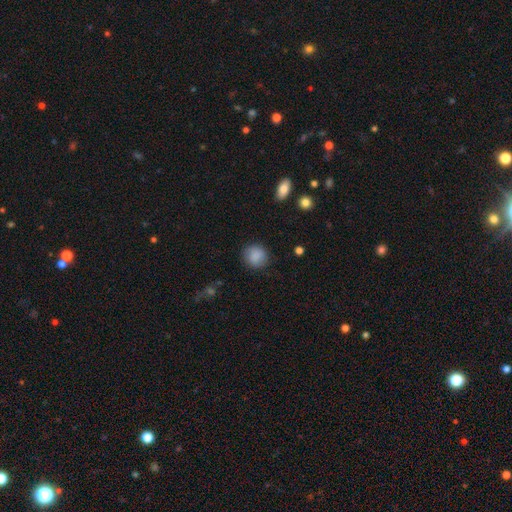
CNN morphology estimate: A smooth galaxy with no disk features (87%) that is round (85%).

Vote fractions:
- Smooth or featured? smooth: 87% / star or artifact: 8% / featured or disk: 5%
- How rounded? round: 85% / in between: 14% / cigar-shaped: 1%
- Merging? none: 85% / minor disturbance: 11% / major disturbance: 3% / merger: 1%